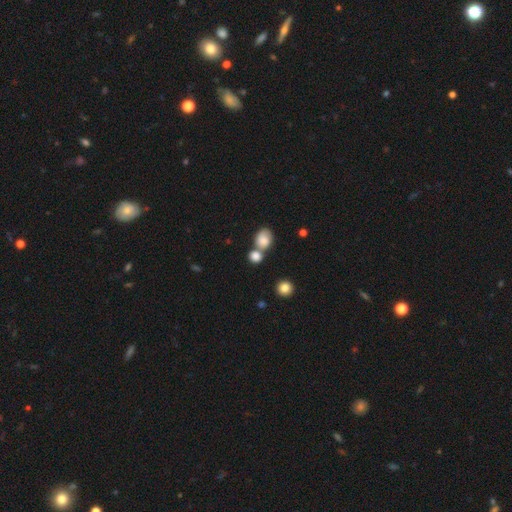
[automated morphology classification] smooth 83%, star or artifact 9%, featured or disk 8%. Down the decision tree: how rounded — round (60%); merging — merger (48%).